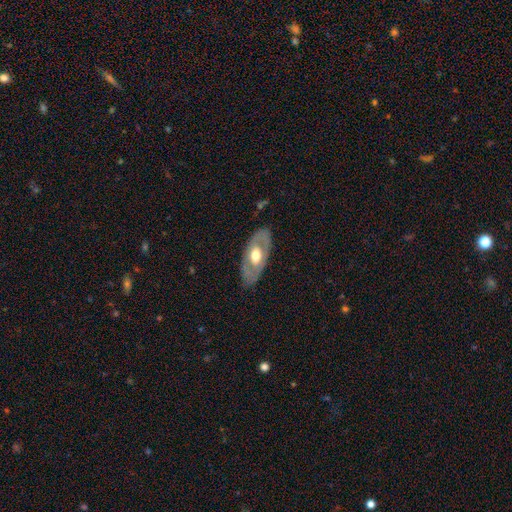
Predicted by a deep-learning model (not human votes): smooth-or-featured: featured or disk: 57% | smooth: 38% | star or artifact: 5%
  disk-edge-on: no: 81% | yes: 19%
  merging: none: 80% | minor disturbance: 15% | major disturbance: 4% | merger: 1%